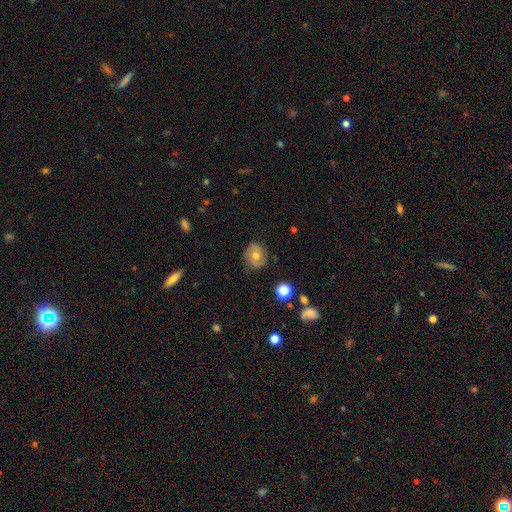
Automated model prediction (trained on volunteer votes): Q: Smooth or featured?
A: smooth (46%); runner-up: featured or disk (42%)
Q: Merging?
A: none (81%); runner-up: minor disturbance (14%)